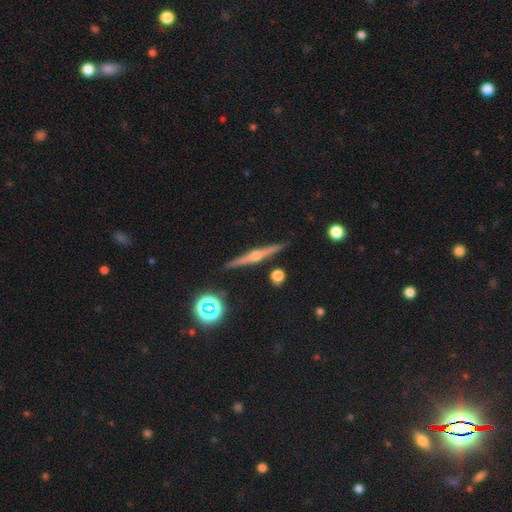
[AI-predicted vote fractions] Smooth or featured?
  - featured or disk: 79% *
  - smooth: 13%
  - star or artifact: 8%
Edge-on disk?
  - yes: 98% *
  - no: 2%
Edge-on bulge?
  - rounded: 91% *
  - none: 5%
  - boxy: 4%
Merging?
  - none: 91% *
  - minor disturbance: 6%
  - merger: 2%
  - major disturbance: 1%